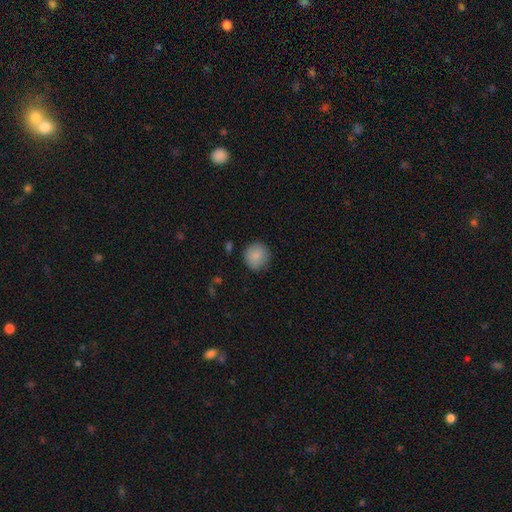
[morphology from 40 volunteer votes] Overall: smooth (92%). How rounded: round (95%). Merging: none (68%).